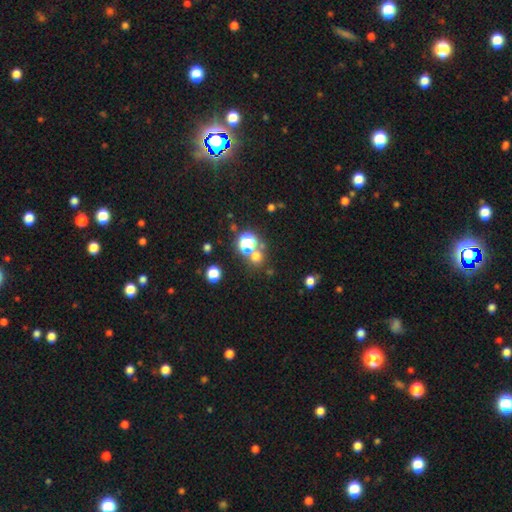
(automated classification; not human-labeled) Q: Smooth or featured?
A: smooth (59%); runner-up: star or artifact (33%)
Q: How rounded?
A: round (88%); runner-up: in between (11%)
Q: Merging?
A: none (69%); runner-up: merger (19%)